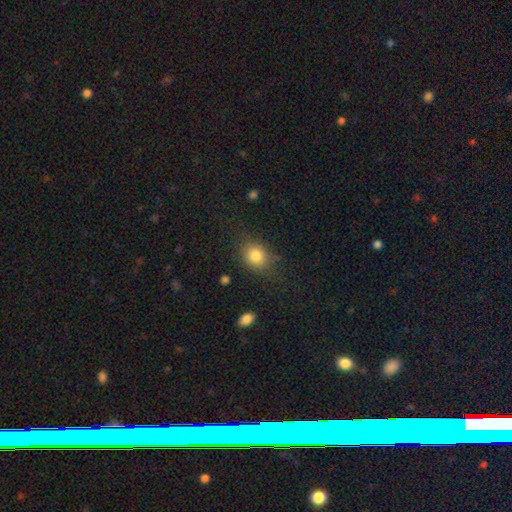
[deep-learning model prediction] Morphology: type=smooth (82%); roundness=round (61%); merging=none (76%).